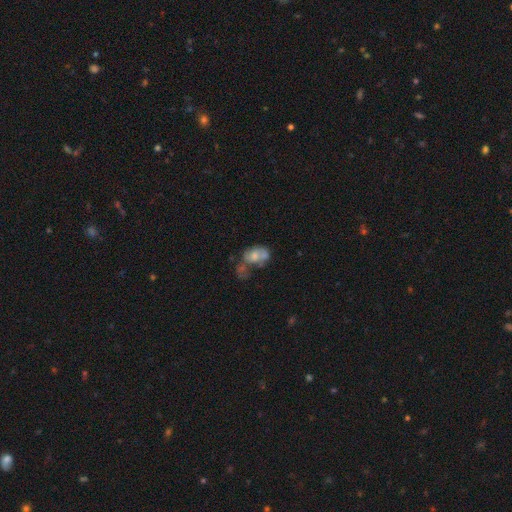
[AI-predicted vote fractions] Smooth or featured?
  - smooth: 51% *
  - featured or disk: 40%
  - star or artifact: 10%
How rounded?
  - in between: 81% *
  - round: 18%
  - cigar-shaped: 2%
Merging?
  - merger: 41% *
  - none: 21%
  - major disturbance: 20%
  - minor disturbance: 18%